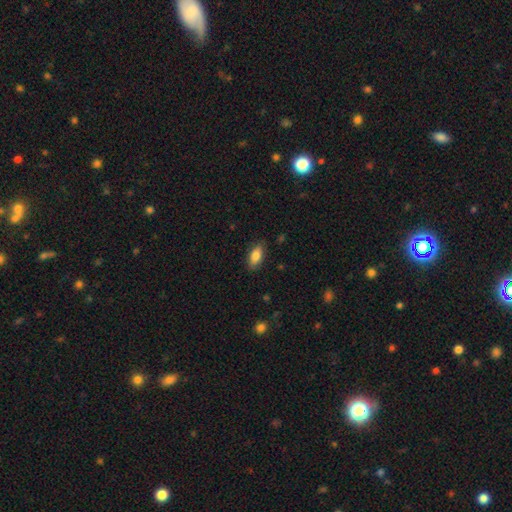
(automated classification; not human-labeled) This appears to be a smooth galaxy with no disk features (82%) that is in between round and cigar-shaped (87%). Merging: none (84%).